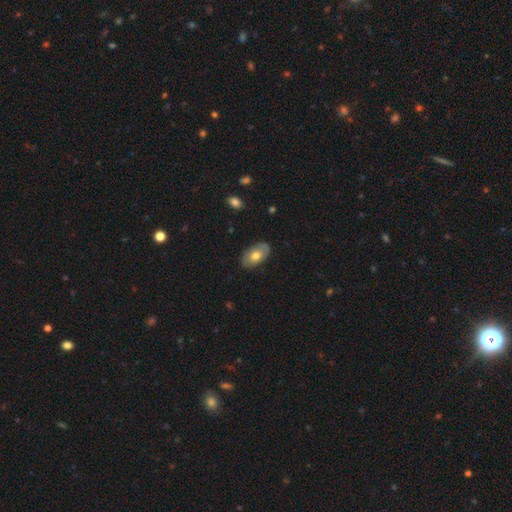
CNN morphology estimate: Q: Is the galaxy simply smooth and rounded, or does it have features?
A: smooth — 63%.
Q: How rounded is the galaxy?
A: in between — 92%.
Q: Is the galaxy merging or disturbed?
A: none — 82%.